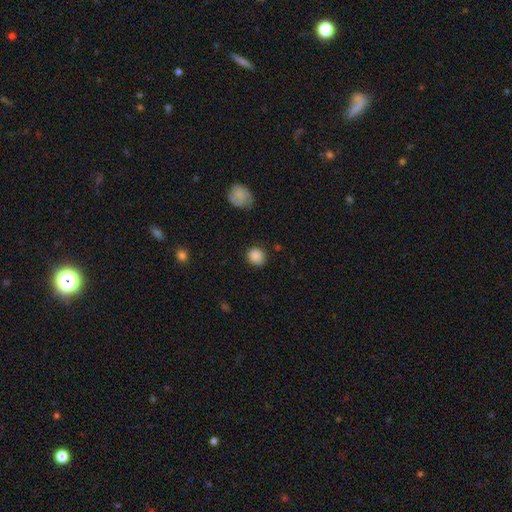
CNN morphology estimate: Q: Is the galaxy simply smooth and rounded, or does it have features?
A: smooth — 87%.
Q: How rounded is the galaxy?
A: round — 82%.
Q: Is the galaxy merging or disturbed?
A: none — 82%.